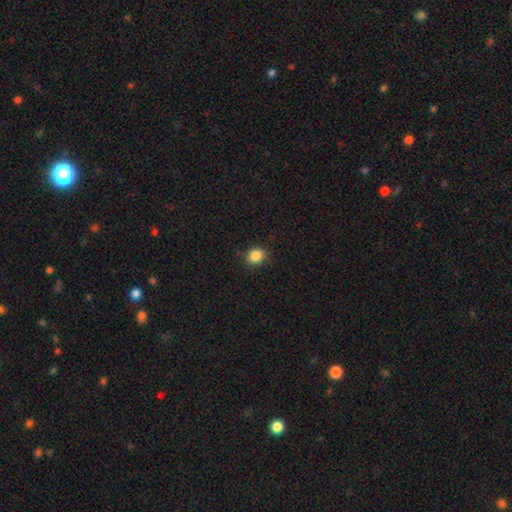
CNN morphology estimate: Overall: smooth (86%). How rounded: round (70%). Merging: none (88%).